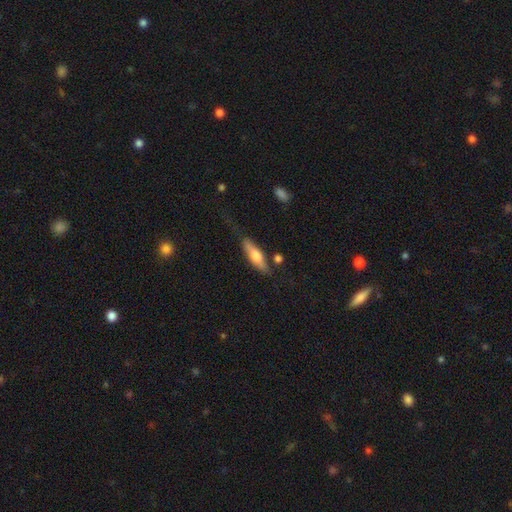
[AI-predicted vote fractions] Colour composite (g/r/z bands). It shows a smooth galaxy with no disk features (61%) that is cigar-shaped (61%). Merging: none (61%).